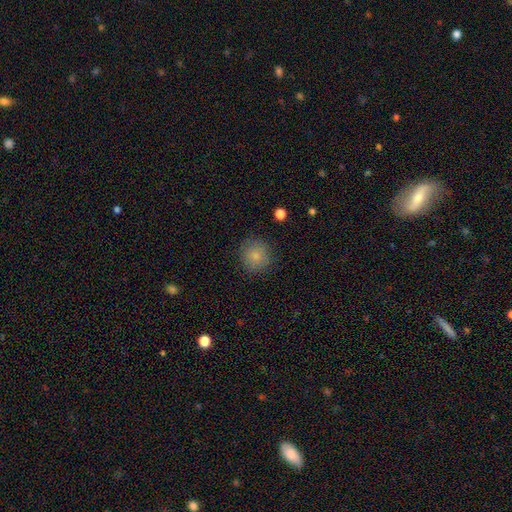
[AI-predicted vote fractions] A smooth galaxy with no disk features (84%) that is round (91%).

Vote fractions:
- Smooth or featured? smooth: 84% / star or artifact: 10% / featured or disk: 7%
- How rounded? round: 91% / in between: 8% / cigar-shaped: 1%
- Merging? none: 86% / minor disturbance: 10% / major disturbance: 3% / merger: 1%